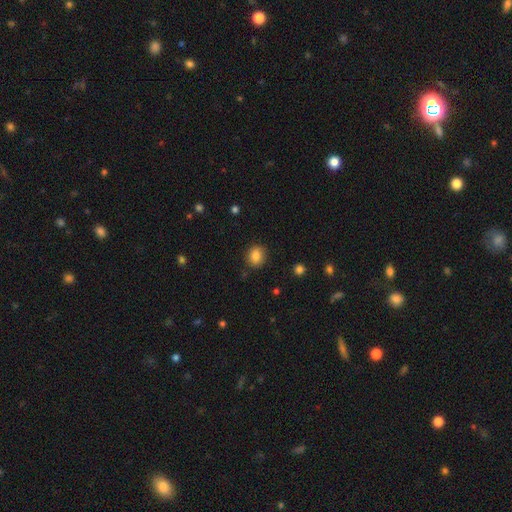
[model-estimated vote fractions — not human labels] Smooth or featured?
  - smooth: 85% *
  - star or artifact: 10%
  - featured or disk: 5%
How rounded?
  - round: 72% *
  - in between: 27%
  - cigar-shaped: 1%
Merging?
  - none: 87% *
  - minor disturbance: 9%
  - major disturbance: 2%
  - merger: 1%